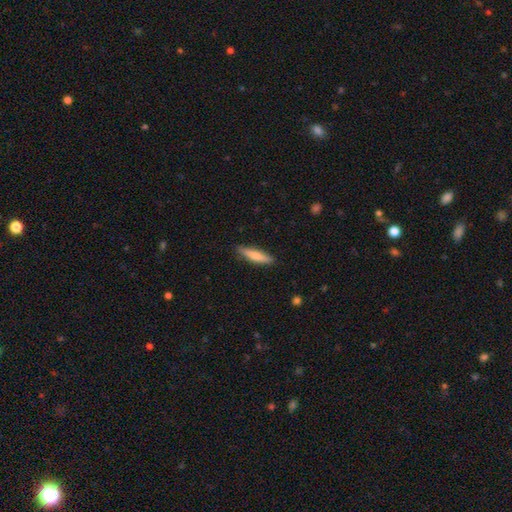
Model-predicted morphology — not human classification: This is likely a smooth galaxy (71%). How rounded: clearly cigar-shaped (81%). Merging: clearly none (87%).